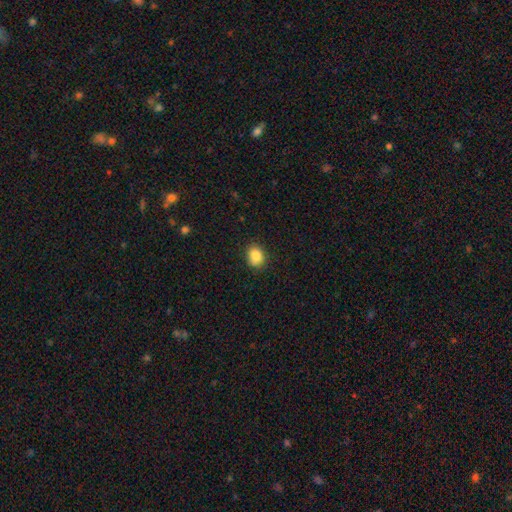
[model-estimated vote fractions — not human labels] Morphology: type=smooth (85%); roundness=round (52%); merging=none (83%).